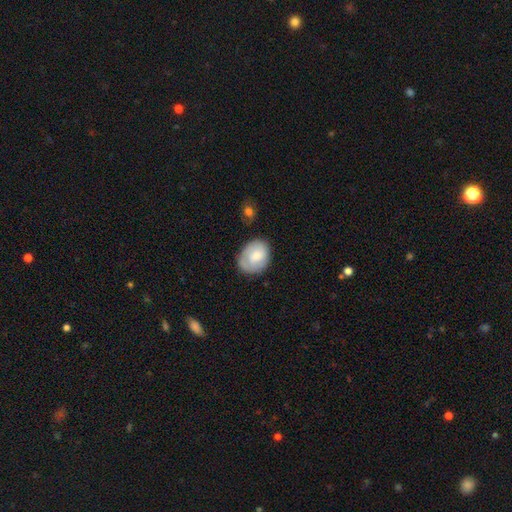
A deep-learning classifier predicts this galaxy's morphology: smooth 68%, featured or disk 26%, star or artifact 6%. Down the decision tree: how rounded — in between (63%); merging — none (70%).